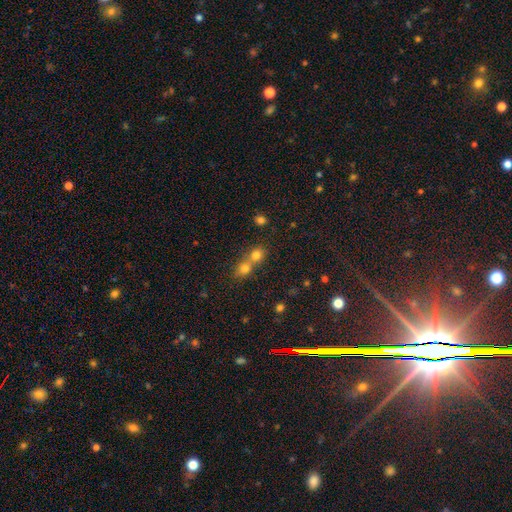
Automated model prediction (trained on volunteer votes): Q: Smooth or featured?
A: smooth (71%); runner-up: star or artifact (17%)
Q: How rounded?
A: round (77%); runner-up: in between (21%)
Q: Merging?
A: merger (60%); runner-up: none (32%)